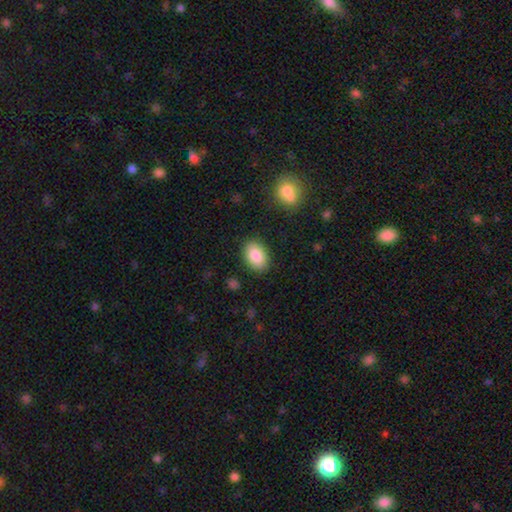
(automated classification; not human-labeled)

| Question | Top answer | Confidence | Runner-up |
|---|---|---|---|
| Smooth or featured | smooth | 86% | star or artifact (7%) |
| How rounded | in between | 88% | round (11%) |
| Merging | none | 86% | minor disturbance (10%) |